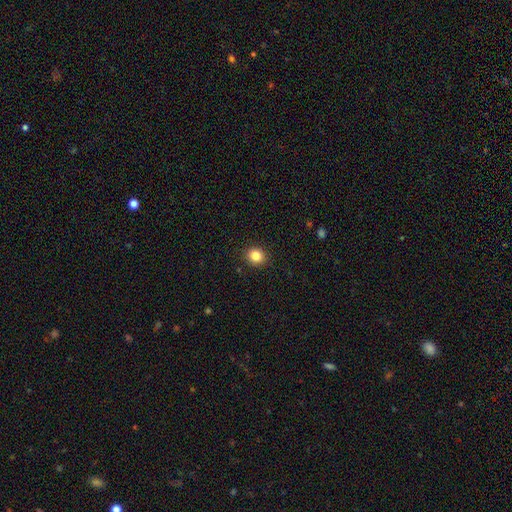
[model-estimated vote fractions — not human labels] A smooth galaxy with no disk features (84%) that is round (81%). Merging: none (91%).